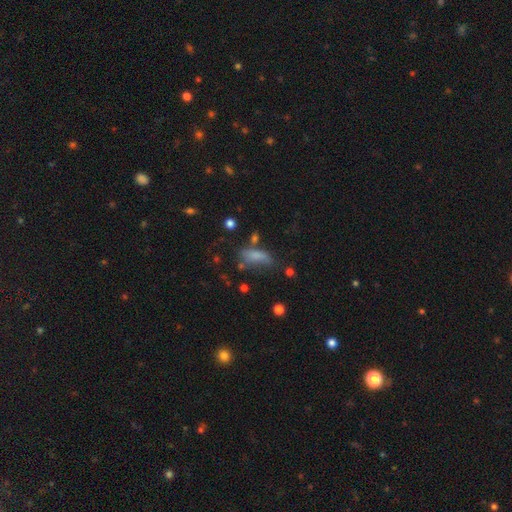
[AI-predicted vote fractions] Morphology: type=smooth (71%); roundness=in between (66%); merging=none (41%).